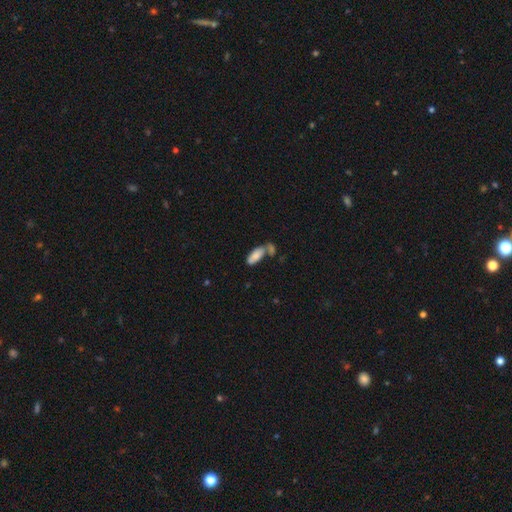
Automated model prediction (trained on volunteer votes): Overall: smooth (81%). How rounded: in between (84%). Merging: none (42%; merger 38%).